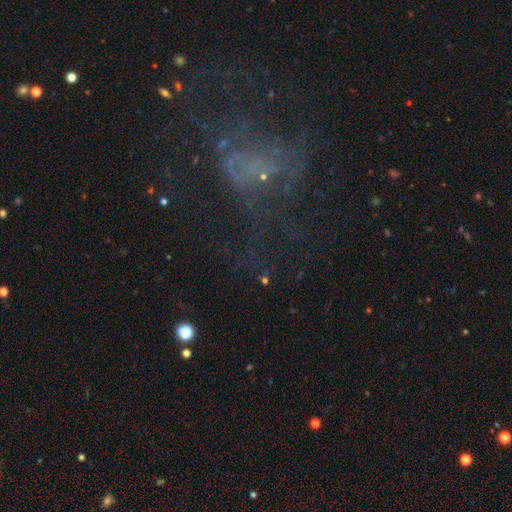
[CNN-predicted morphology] Smooth or featured: star or artifact — 39% (featured or disk — 38%)